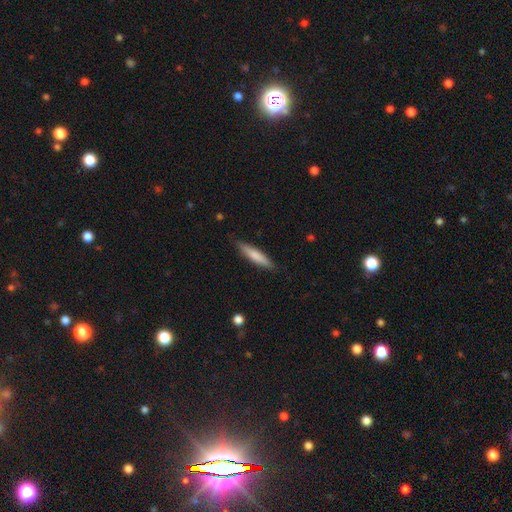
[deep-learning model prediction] Overall: smooth (74%). How rounded: cigar-shaped (85%). Merging: none (85%).